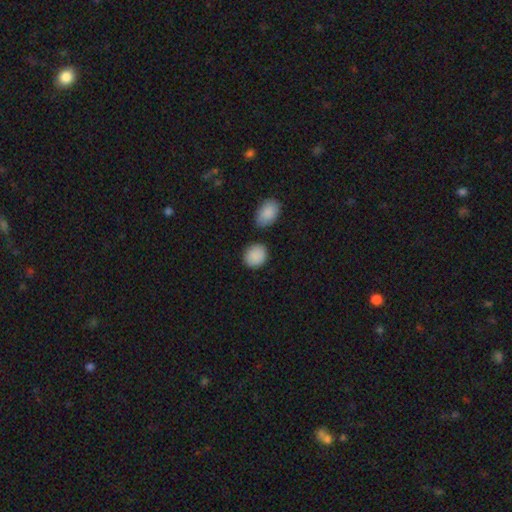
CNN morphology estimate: Overall: smooth (89%). How rounded: round (55%; in between 44%). Merging: none (77%).